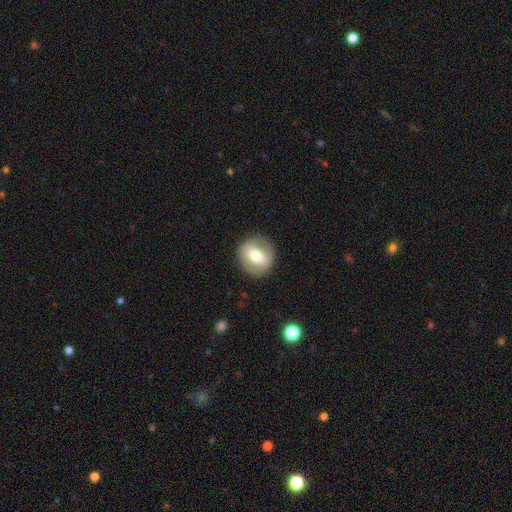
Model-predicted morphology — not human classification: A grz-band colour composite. It shows a smooth galaxy with no disk features (48%). Merging: none (86%).